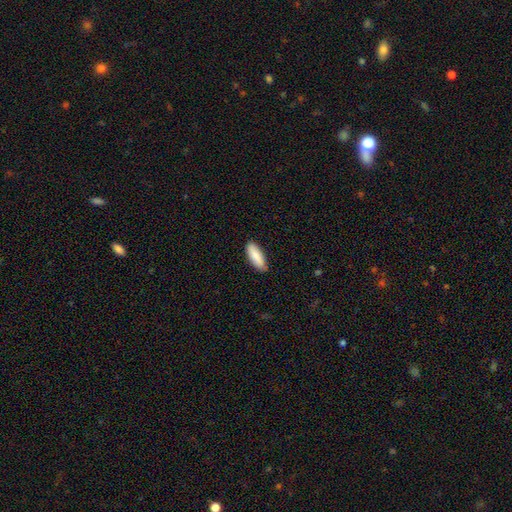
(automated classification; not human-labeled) This appears to be a smooth galaxy with no disk features (86%) that is in between round and cigar-shaped (70%). Merging: none (86%).